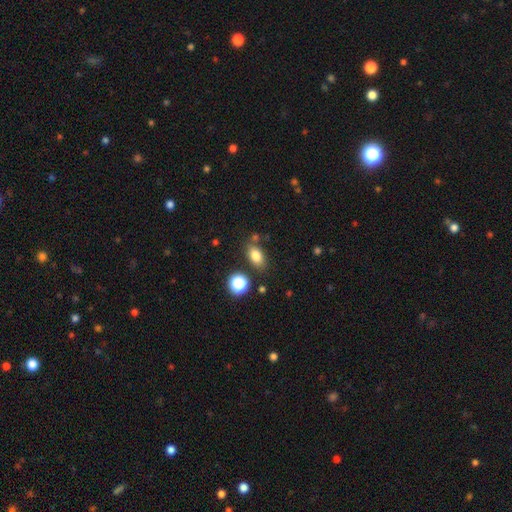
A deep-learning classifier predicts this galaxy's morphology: Overall: smooth (80%). How rounded: in between (81%). Merging: none (75%).